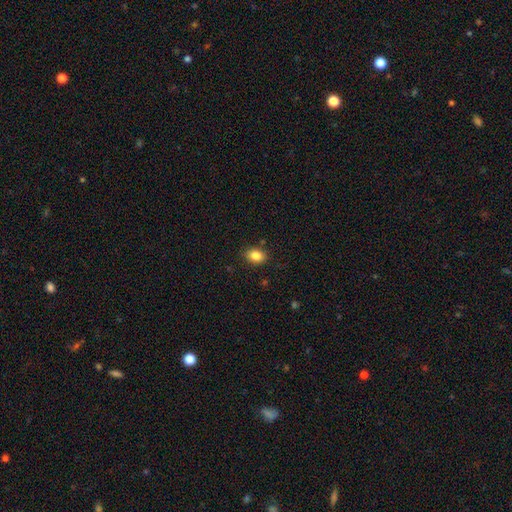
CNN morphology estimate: smooth 84%, star or artifact 9%, featured or disk 6%. Down the decision tree: how rounded — in between (73%); merging — none (86%).